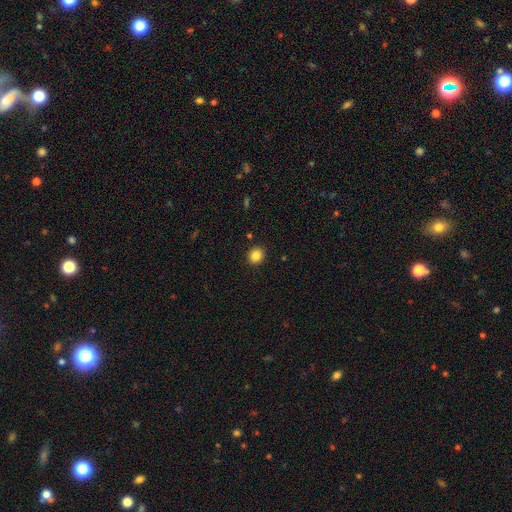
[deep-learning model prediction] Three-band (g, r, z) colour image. It shows a smooth galaxy with no disk features (85%) that is round (82%). Merging: none (90%).